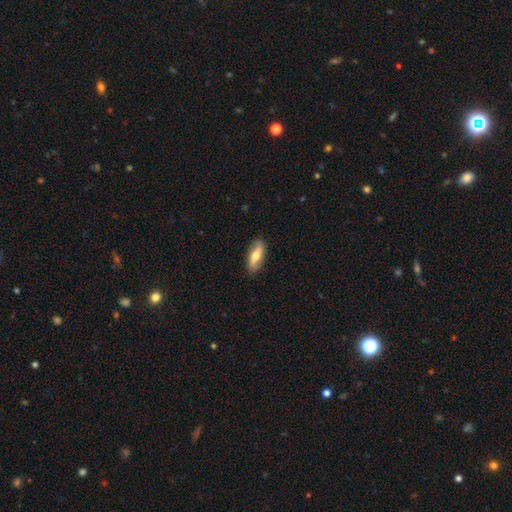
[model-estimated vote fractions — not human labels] The model was most divided on "smooth or featured": smooth: 58%, featured or disk: 37%, star or artifact: 6%. More confident: merging — none (86%); how rounded — in between (73%).